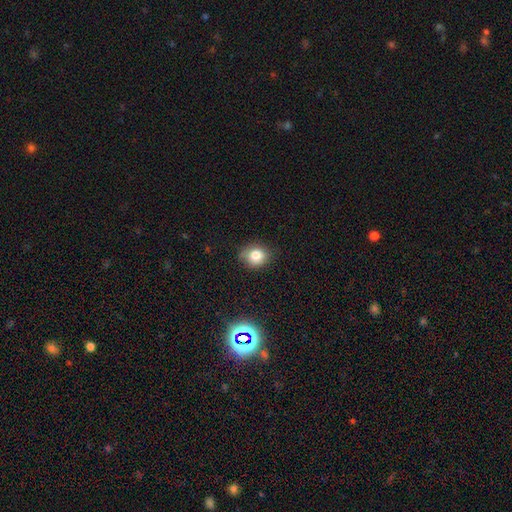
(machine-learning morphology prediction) Smooth or featured? Predicted: smooth (p=0.80). How rounded? Predicted: round (p=0.73). Merging? Predicted: none (p=0.77).